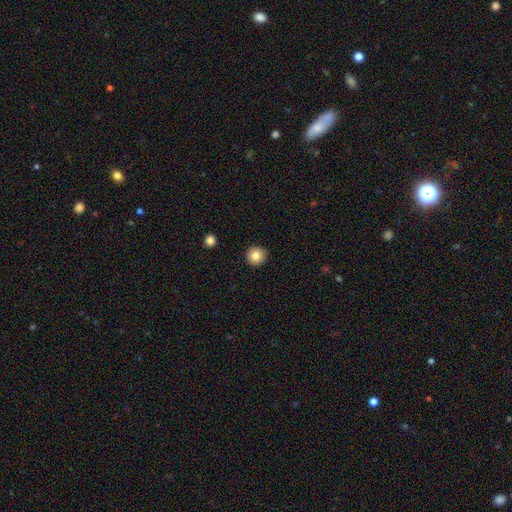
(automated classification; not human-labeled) Morphology: type=smooth (82%); roundness=round (94%); merging=none (92%).